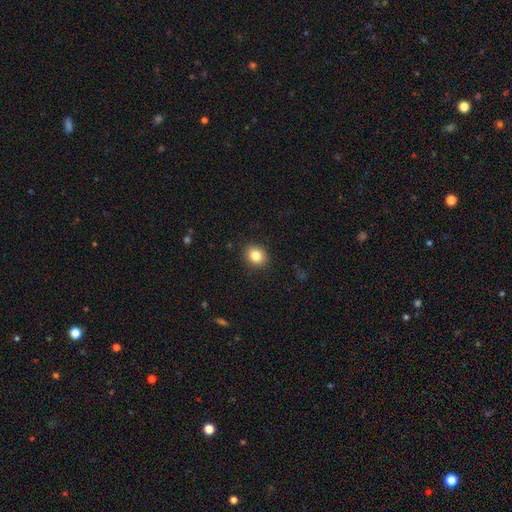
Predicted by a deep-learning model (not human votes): smooth 83%, star or artifact 10%, featured or disk 7%. Down the decision tree: how rounded — round (69%); merging — none (90%).